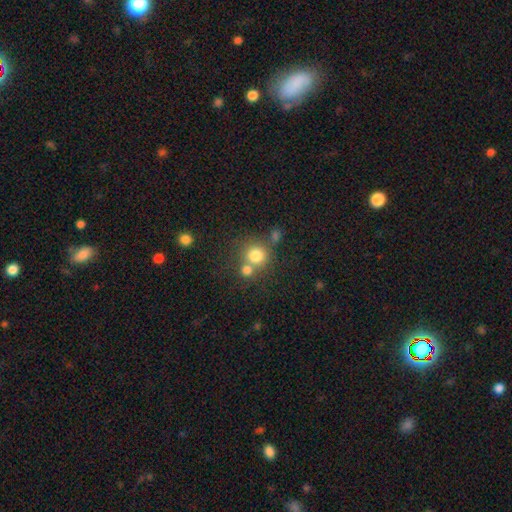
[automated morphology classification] smooth-or-featured: smooth: 78% | star or artifact: 13% | featured or disk: 10%
  how-rounded: round: 89% | in between: 10% | cigar-shaped: 1%
  merging: none: 54% | merger: 34% | minor disturbance: 8% | major disturbance: 4%